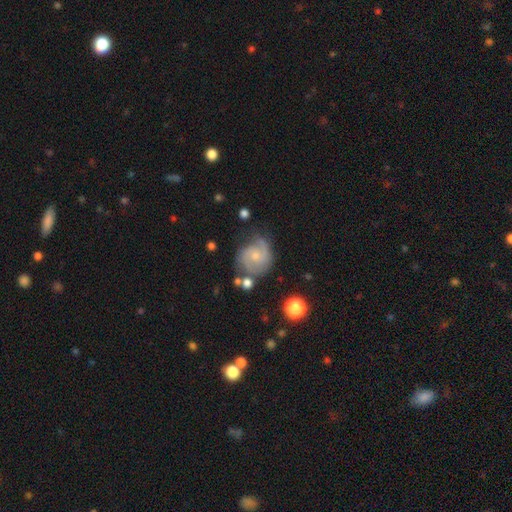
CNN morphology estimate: Smooth or featured: featured or disk — 80% (smooth — 13%)
Edge-on disk: no — 98% (yes — 2%)
Bar: no — 66% (weak — 30%)
Spiral arms: yes — 96% (no — 4%)
Spiral winding: medium — 45% (tight — 40%)
Spiral arm count: 2 — 71% (can't tell — 10%)
Bulge size: small — 61% (moderate — 33%)
Merging: none — 63% (minor disturbance — 22%)